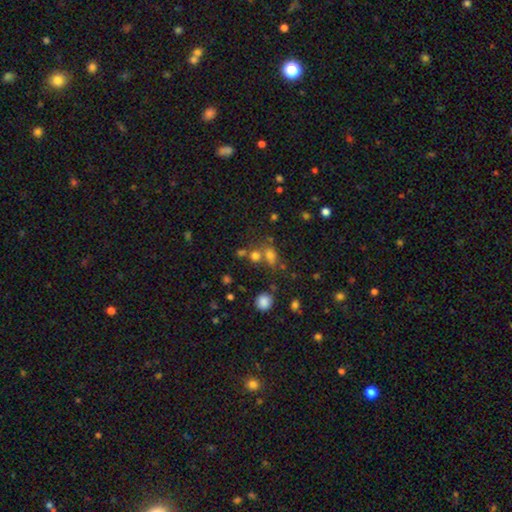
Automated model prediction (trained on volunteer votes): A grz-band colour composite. It shows a smooth galaxy with no disk features (64%) that is round (68%). Merging: none (47%).